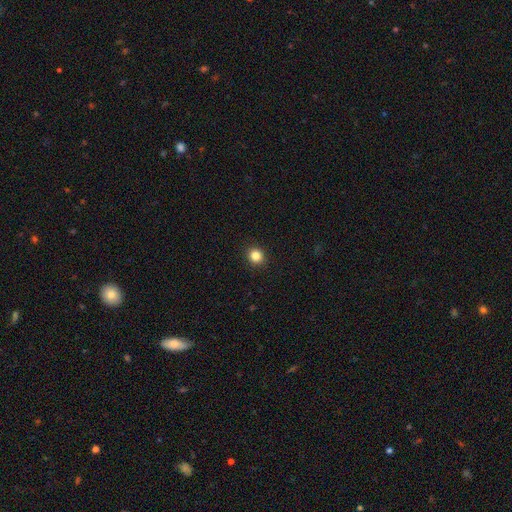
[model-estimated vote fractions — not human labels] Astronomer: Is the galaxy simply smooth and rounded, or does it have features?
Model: smooth — 84%.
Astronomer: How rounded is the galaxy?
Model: round — 86%.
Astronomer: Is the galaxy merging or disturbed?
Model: none — 92%.